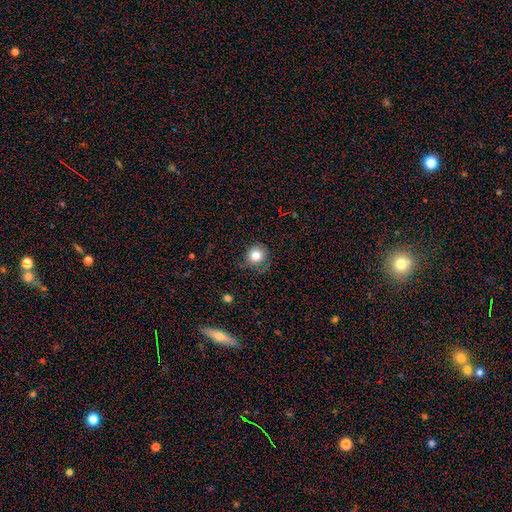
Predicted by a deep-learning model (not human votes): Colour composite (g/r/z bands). It shows a smooth galaxy with no disk features (79%) that is round (89%). Merging: none (72%).